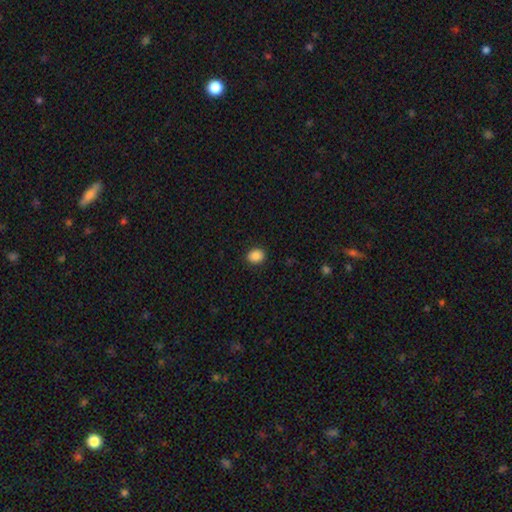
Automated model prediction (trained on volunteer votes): This appears to be a smooth galaxy with no disk features (88%) that is round (58%). Merging: none (90%).